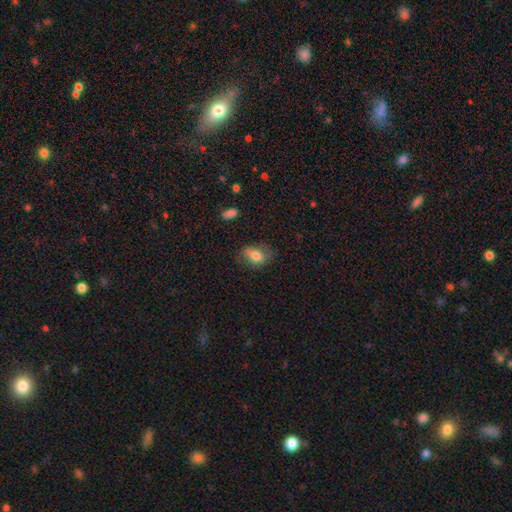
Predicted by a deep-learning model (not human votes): Morphology: type=smooth (79%); roundness=in between (83%); merging=none (68%).